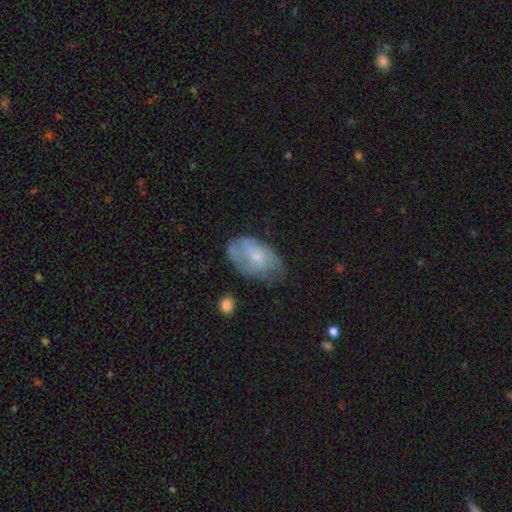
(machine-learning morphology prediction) This appears to be a smooth galaxy with no disk features (51%) that is in between round and cigar-shaped (91%). Merging: none (45%).